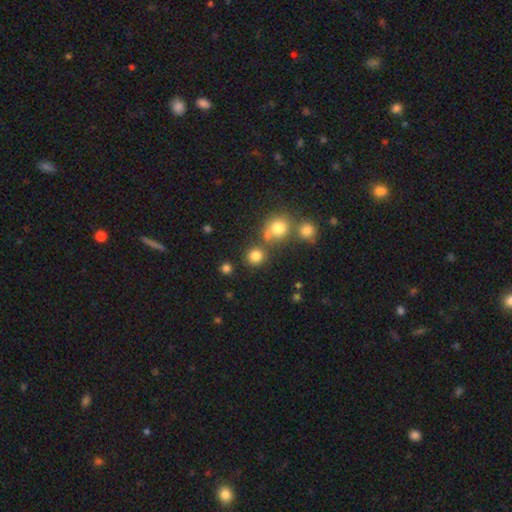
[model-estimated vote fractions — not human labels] Smooth or featured?
  - smooth: 79% *
  - star or artifact: 15%
  - featured or disk: 6%
How rounded?
  - round: 89% *
  - in between: 10%
  - cigar-shaped: 1%
Merging?
  - none: 74% *
  - merger: 15%
  - minor disturbance: 8%
  - major disturbance: 4%